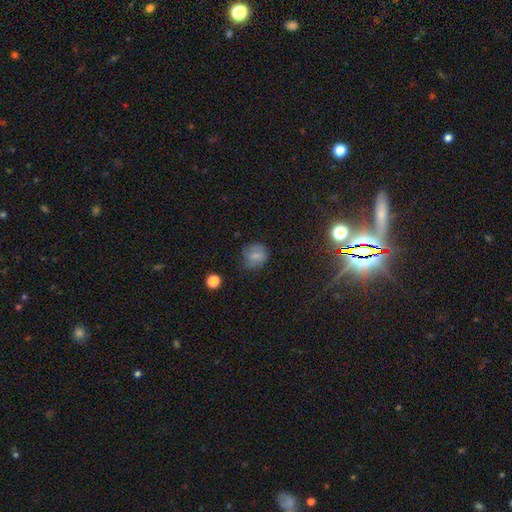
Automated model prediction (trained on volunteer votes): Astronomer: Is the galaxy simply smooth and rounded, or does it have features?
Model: smooth — 72%.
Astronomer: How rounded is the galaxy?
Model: round — 77%.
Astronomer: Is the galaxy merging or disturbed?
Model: none — 69%.